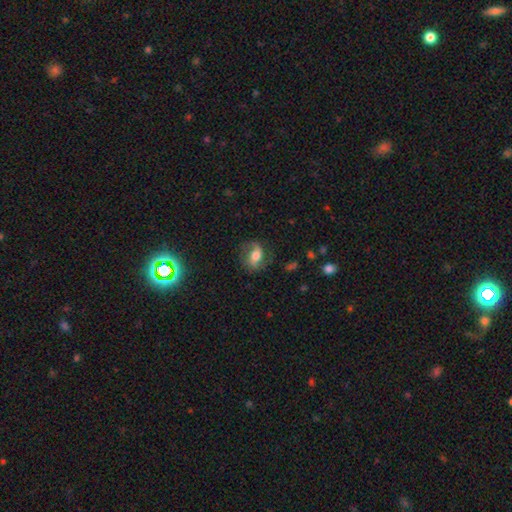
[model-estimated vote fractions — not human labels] Smooth or featured: featured or disk — 50% (smooth — 41%)
Merging: none — 71% (minor disturbance — 18%)